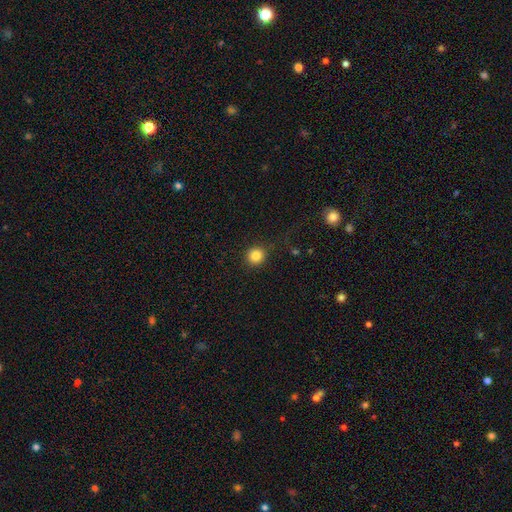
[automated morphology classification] A smooth galaxy with no disk features (84%) that is round (93%).

Vote fractions:
- Smooth or featured? smooth: 84% / star or artifact: 11% / featured or disk: 5%
- How rounded? round: 93% / in between: 6% / cigar-shaped: 1%
- Merging? none: 88% / minor disturbance: 7% / major disturbance: 3% / merger: 1%